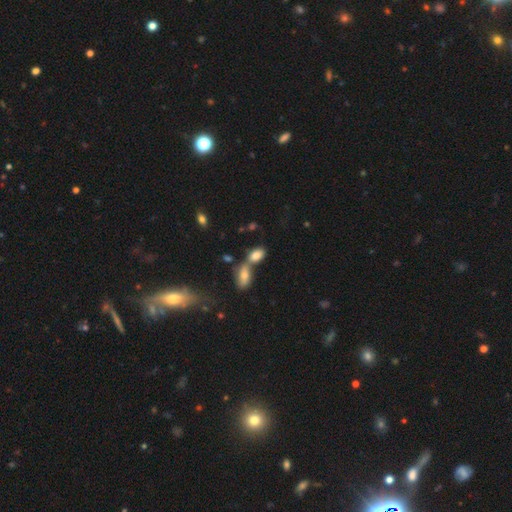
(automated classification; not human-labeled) smooth 79%, featured or disk 11%, star or artifact 10%. Down the decision tree: how rounded — in between (88%); merging — merger (51%).